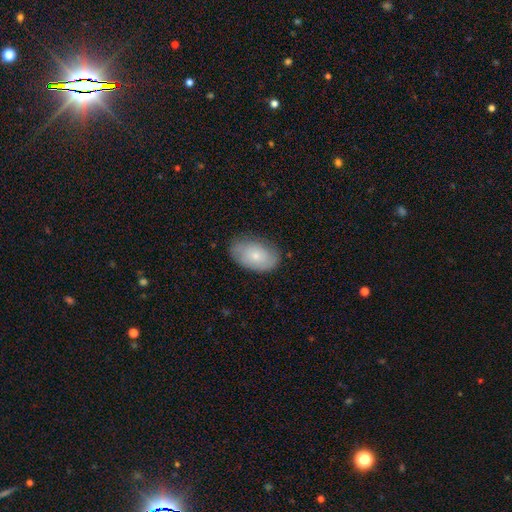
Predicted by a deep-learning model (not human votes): Smooth or featured?
  - smooth: 70% *
  - featured or disk: 23%
  - star or artifact: 7%
How rounded?
  - in between: 91% *
  - round: 7%
  - cigar-shaped: 1%
Merging?
  - none: 76% *
  - minor disturbance: 19%
  - major disturbance: 4%
  - merger: 1%